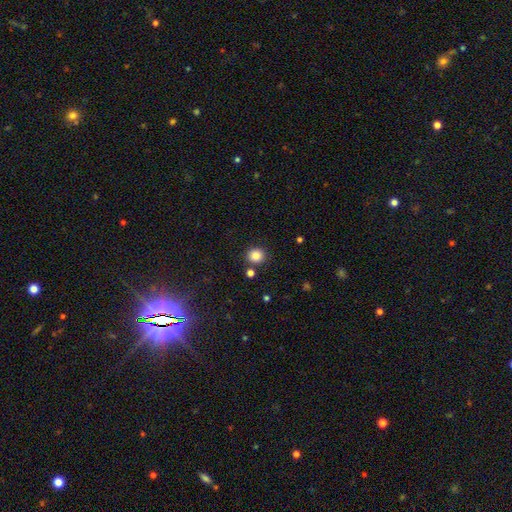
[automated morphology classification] A smooth galaxy with no disk features (85%) that is round (88%).

Vote fractions:
- Smooth or featured? smooth: 85% / star or artifact: 11% / featured or disk: 4%
- How rounded? round: 88% / in between: 11% / cigar-shaped: 1%
- Merging? none: 86% / minor disturbance: 7% / merger: 5% / major disturbance: 2%